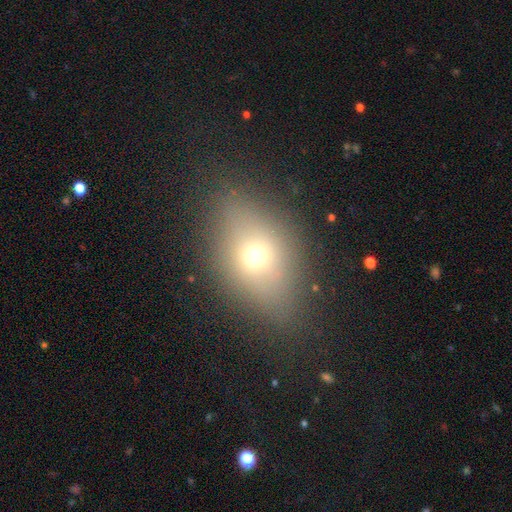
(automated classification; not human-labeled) A smooth galaxy with no disk features (61%) that is in between round and cigar-shaped (71%). Merging: none (80%).